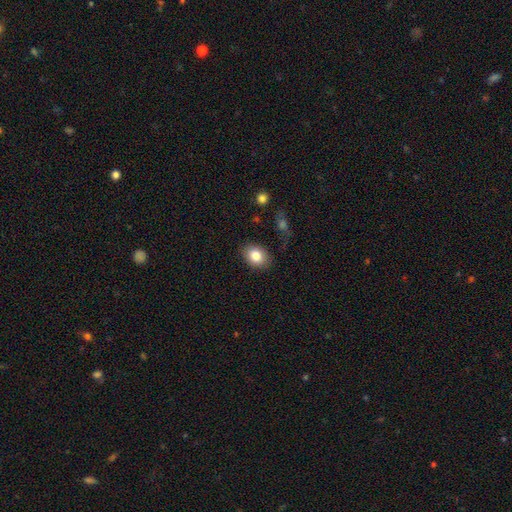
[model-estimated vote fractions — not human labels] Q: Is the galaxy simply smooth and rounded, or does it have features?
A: smooth — 83%.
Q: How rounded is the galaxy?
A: in between — 71%.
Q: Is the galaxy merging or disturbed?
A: none — 85%.